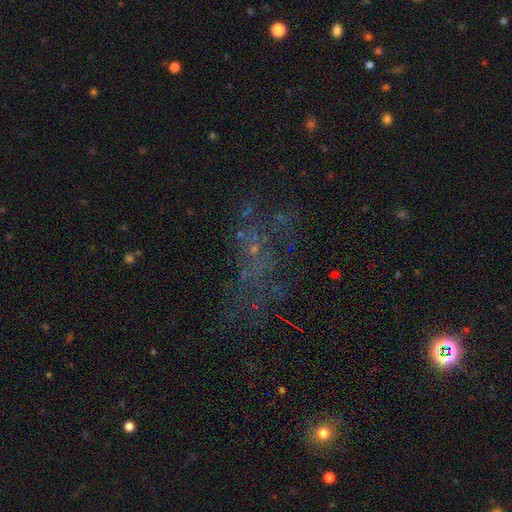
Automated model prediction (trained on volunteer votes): This is marginally a star or artifact rather than a galaxy (42%).